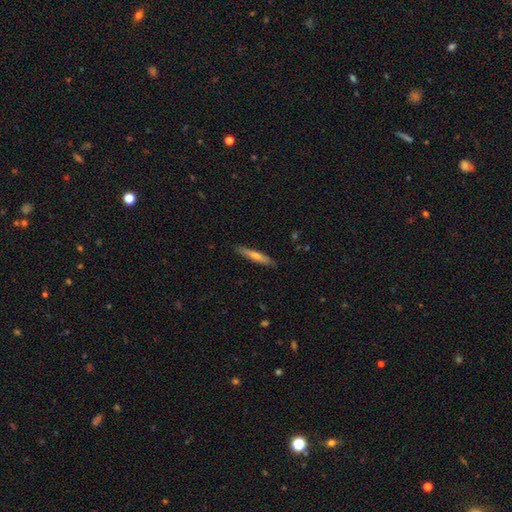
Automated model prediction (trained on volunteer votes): The model was most divided on "smooth or featured": smooth: 54%, featured or disk: 40%, star or artifact: 6%. More confident: how rounded — cigar-shaped (90%); merging — none (87%).